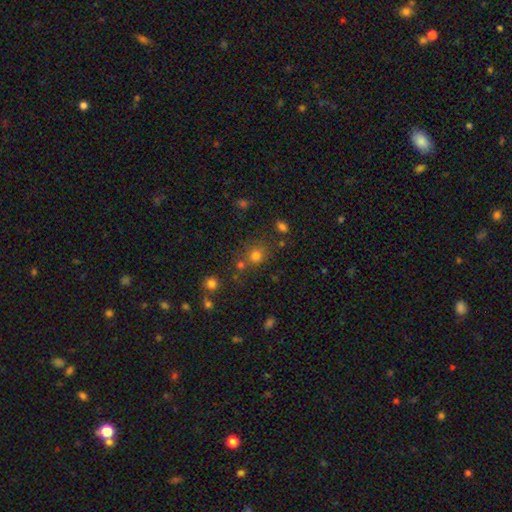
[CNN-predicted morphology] type=smooth (75%); roundness=round (82%); merging=none (68%).